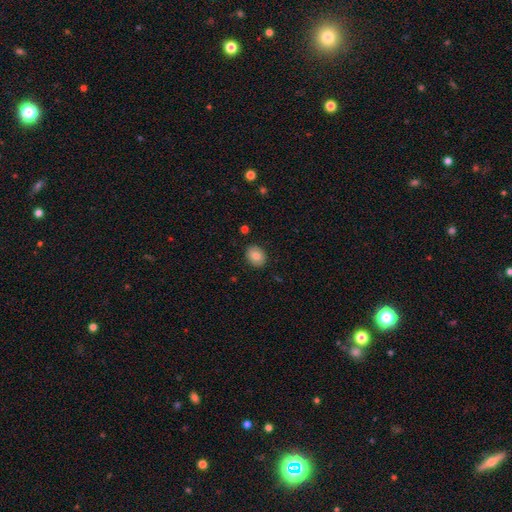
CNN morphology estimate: This appears to be a smooth galaxy with no disk features (80%) that is in between round and cigar-shaped (50%). Merging: none (89%).